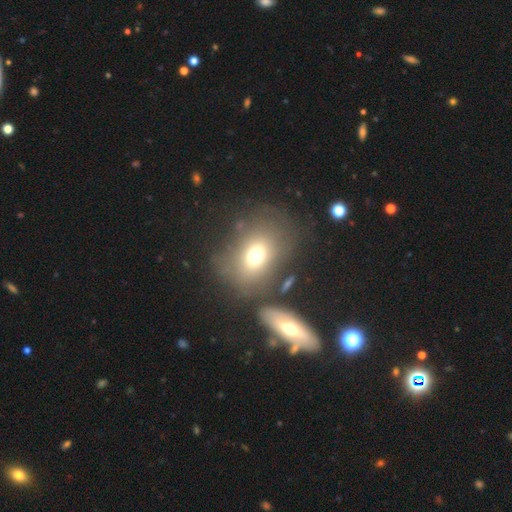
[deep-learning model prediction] Overall: smooth (67%). How rounded: in between (62%; round 36%). Merging: none (59%).